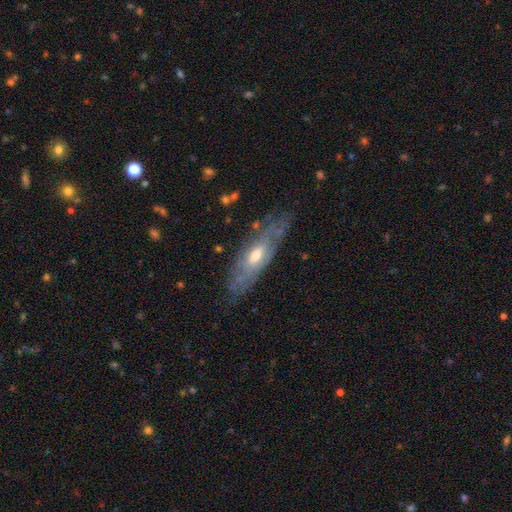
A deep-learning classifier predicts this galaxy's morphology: smooth-or-featured: featured or disk: 67% | smooth: 26% | star or artifact: 6%
  disk-edge-on: no: 64% | yes: 36%
  merging: none: 73% | minor disturbance: 19% | major disturbance: 7% | merger: 2%